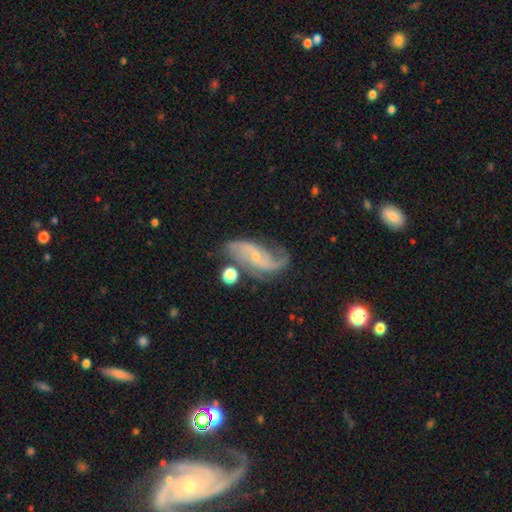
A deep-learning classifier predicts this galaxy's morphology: featured or disk 84%, smooth 9%, star or artifact 7%. Down the decision tree: edge-on disk — no (95%); bar — no (50%); spiral arms — yes (95%); spiral arm count — 2 (83%); spiral winding — loose (50%); bulge size — small (77%); merging — none (59%).